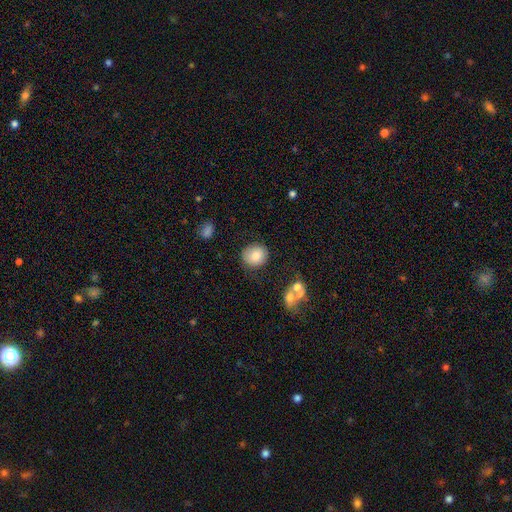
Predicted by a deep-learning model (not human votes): This is clearly a smooth galaxy (81%). How rounded: clearly round (80%). Merging: clearly none (81%).